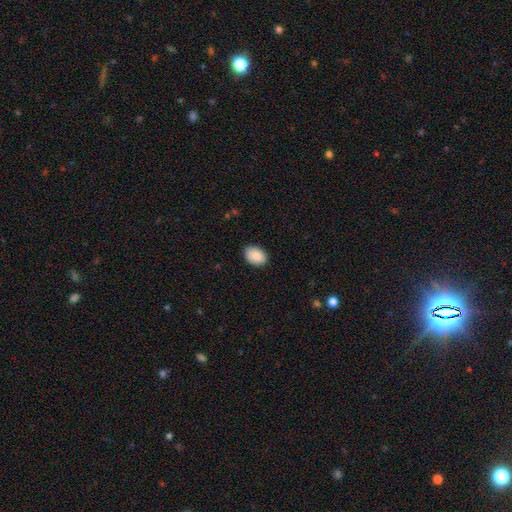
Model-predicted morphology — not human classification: smooth-or-featured: smooth: 88% | star or artifact: 7% | featured or disk: 5%
  how-rounded: in between: 82% | round: 17% | cigar-shaped: 1%
  merging: none: 87% | minor disturbance: 10% | major disturbance: 2% | merger: 1%